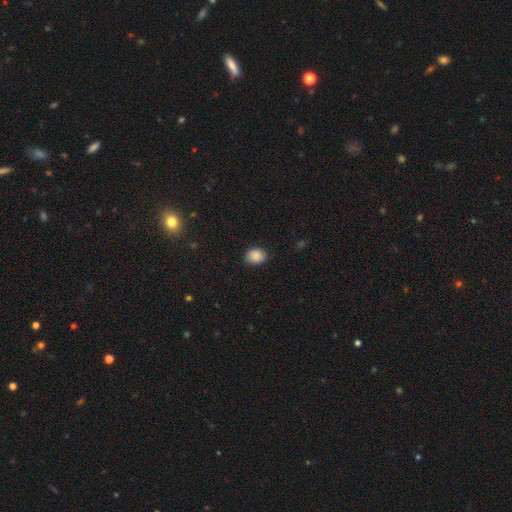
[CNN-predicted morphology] The model was most divided on "how rounded": in between: 56%, round: 43%, cigar-shaped: 1%. More confident: smooth or featured — smooth (86%); merging — none (85%).